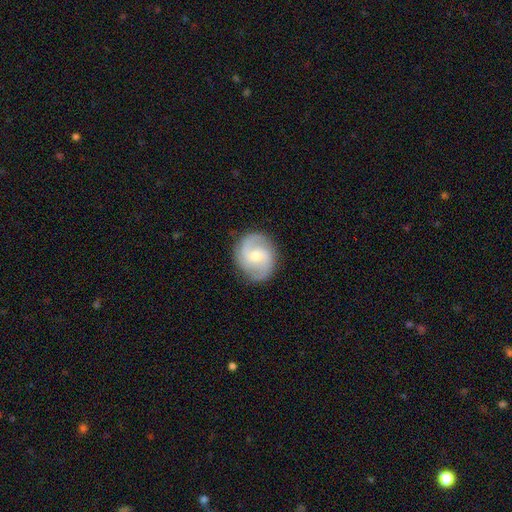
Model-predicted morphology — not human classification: A featured or disk galaxy (78%) with no bar (48%), 2 (84%) medium (51%) spiral arms (95%) and a moderate central bulge (56%).

Vote fractions:
- Smooth or featured? featured or disk: 78% / smooth: 16% / star or artifact: 5%
- Edge-on disk? no: 98% / yes: 2%
- Bar? no: 48% / weak: 44% / strong: 8%
- Spiral arms? yes: 95% / no: 5%
- Spiral winding? medium: 51% / tight: 28% / loose: 20%
- Spiral arm count? 2: 84% / can't tell: 6% / 3: 5% / 1: 2% / 4: 1% / more than 4: 1%
- Bulge size? moderate: 56% / small: 39% / large: 3% / none: 1% / dominant: 1%
- Merging? none: 84% / minor disturbance: 12% / major disturbance: 3% / merger: 1%